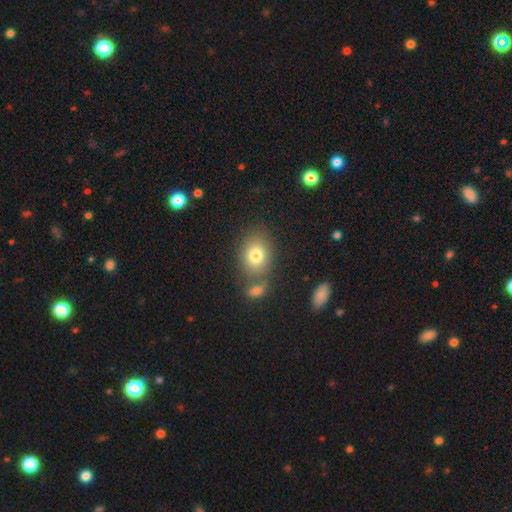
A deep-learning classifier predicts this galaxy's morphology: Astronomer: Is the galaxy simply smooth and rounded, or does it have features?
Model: smooth — 78%.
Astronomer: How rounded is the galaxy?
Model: in between — 54% (runner-up: round, 45%).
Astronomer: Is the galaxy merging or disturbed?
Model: none — 64%.